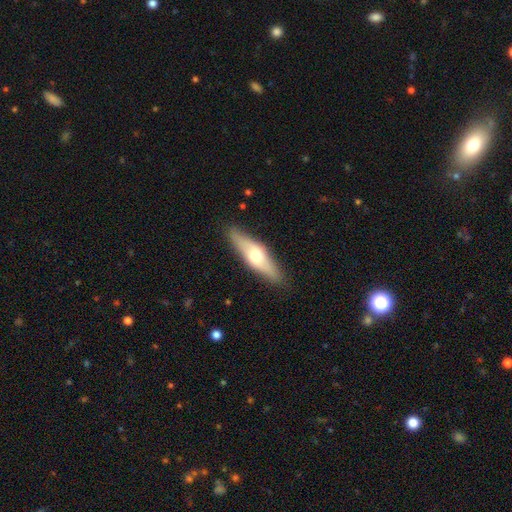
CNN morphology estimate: smooth-or-featured: smooth: 48% | featured or disk: 47% | star or artifact: 6%
  merging: none: 86% | minor disturbance: 11% | major disturbance: 2% | merger: 1%